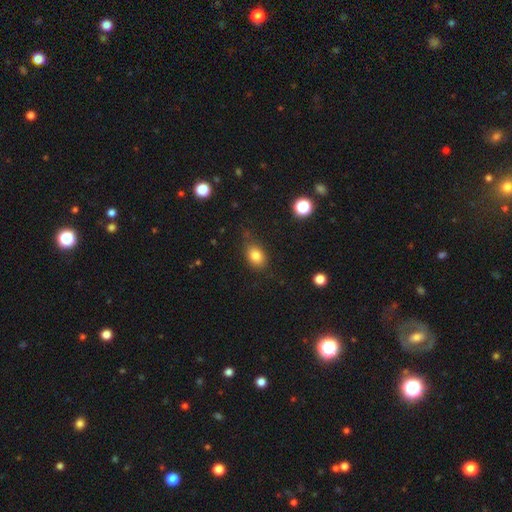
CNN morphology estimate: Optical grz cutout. It shows a smooth galaxy with no disk features (81%) that is in between round and cigar-shaped (72%). Merging: none (72%).